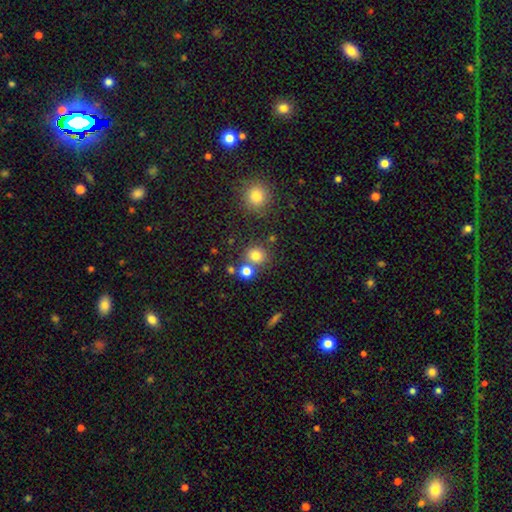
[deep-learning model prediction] Smooth or featured? Predicted: smooth (p=0.78). How rounded? Predicted: round (p=0.86). Merging? Predicted: none (p=0.69).